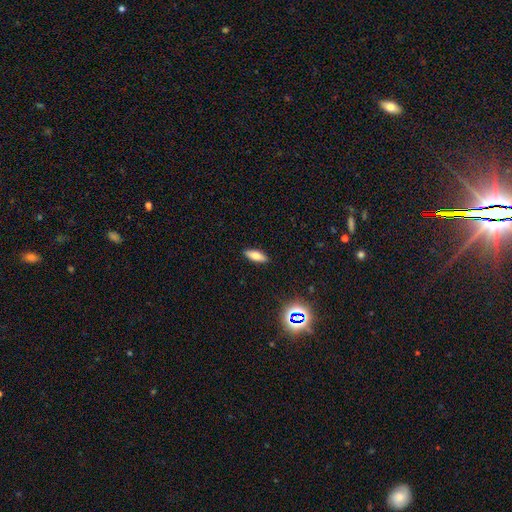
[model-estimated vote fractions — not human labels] A smooth galaxy with no disk features (68%) that is in between round and cigar-shaped (66%). Merging: none (89%).